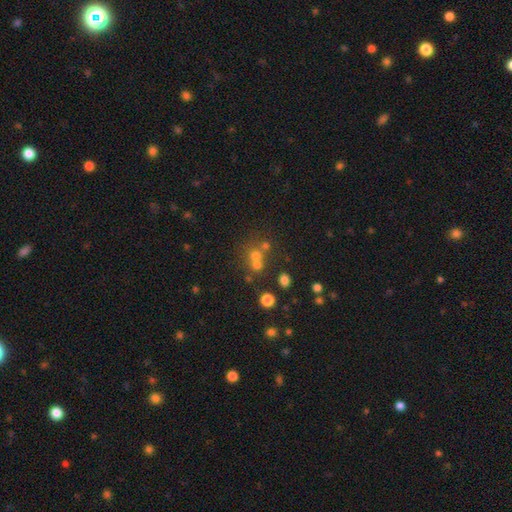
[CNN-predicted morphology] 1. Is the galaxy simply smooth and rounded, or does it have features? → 45% smooth, 39% star or artifact, 16% featured or disk.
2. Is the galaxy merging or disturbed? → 51% none, 37% merger, 8% minor disturbance, 5% major disturbance.